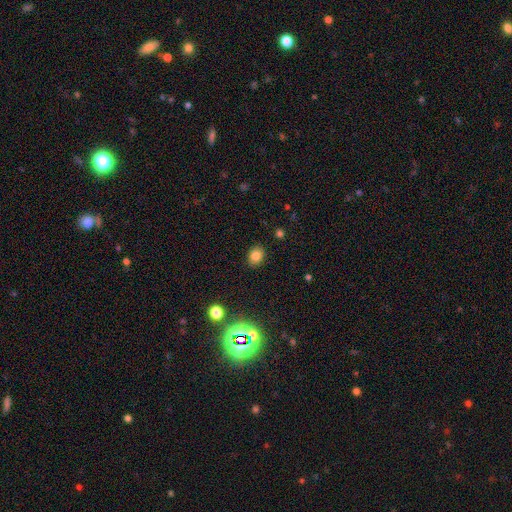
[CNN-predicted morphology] smooth_or_featured: smooth (p=0.80) [alt: star or artifact p=0.13]
how_rounded: in between (p=0.51) [alt: round p=0.48]
merging: none (p=0.88) [alt: minor disturbance p=0.08]